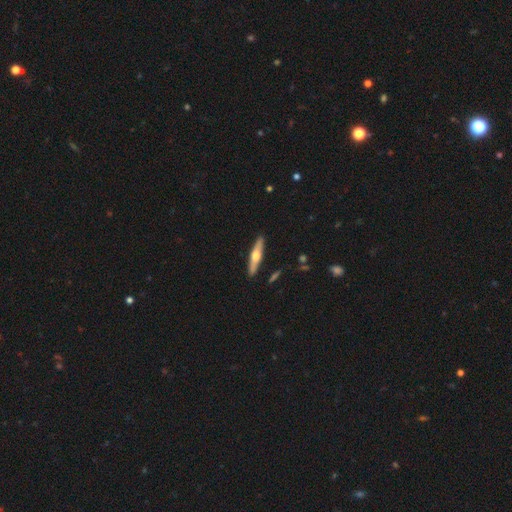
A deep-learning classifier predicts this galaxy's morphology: featured or disk 55%, smooth 40%, star or artifact 5%. Down the decision tree: edge-on disk — yes (92%); edge-on bulge — rounded (93%); merging — none (90%).